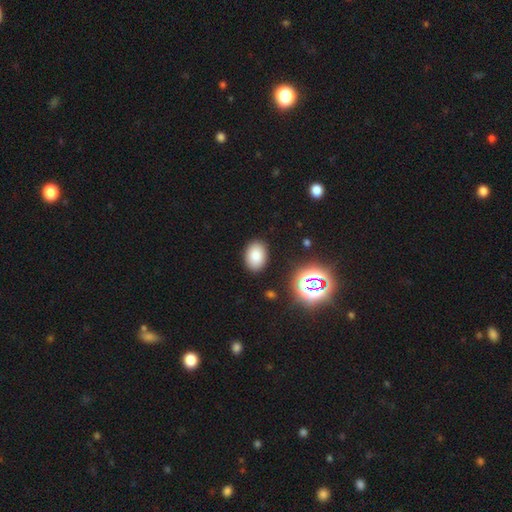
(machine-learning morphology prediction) Q: Smooth or featured?
A: smooth (81%); runner-up: star or artifact (13%)
Q: How rounded?
A: in between (81%); runner-up: round (17%)
Q: Merging?
A: none (88%); runner-up: minor disturbance (8%)